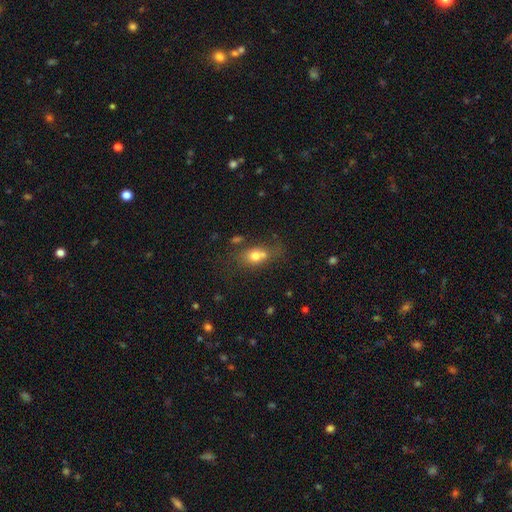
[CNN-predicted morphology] type=smooth (71%); roundness=in between (63%); merging=none (42%).